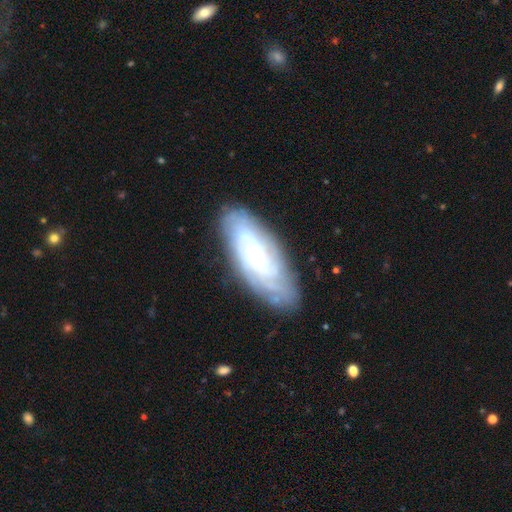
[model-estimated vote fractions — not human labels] The model was most divided on "spiral arm count": can't tell: 49%, 4: 16%, 3: 11%, 2: 10%, more than 4: 10%, 1: 4%. More confident: spiral arms — yes (93%); edge-on disk — no (89%); merging — none (80%); smooth or featured — featured or disk (74%); spiral winding — tight (74%); bar — no (72%); bulge size — small (65%).